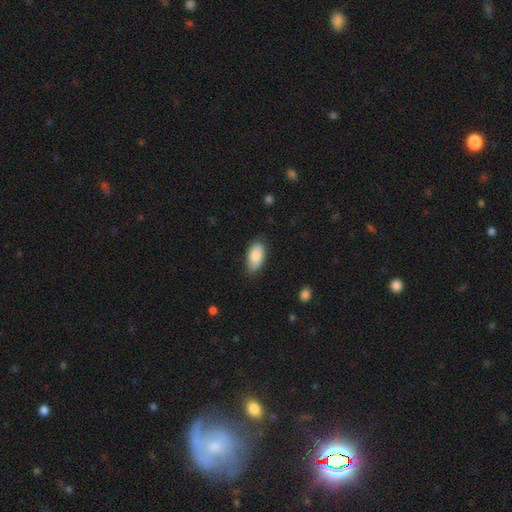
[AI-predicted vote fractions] The model was most divided on "merging": none: 77%, minor disturbance: 18%, major disturbance: 3%, merger: 1%. More confident: how rounded — in between (94%); smooth or featured — smooth (85%).